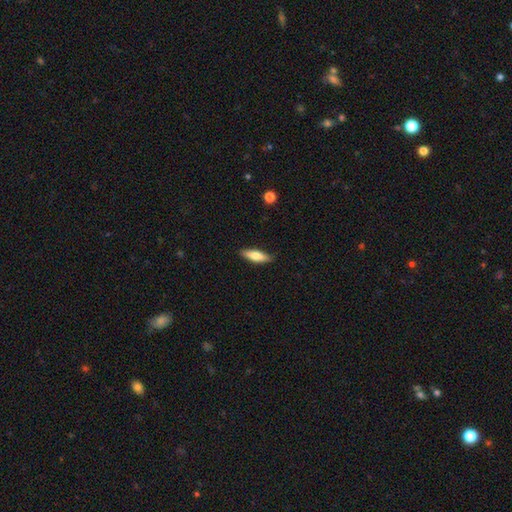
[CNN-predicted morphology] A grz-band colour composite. It shows a smooth galaxy with no disk features (72%) that is cigar-shaped (52%). Merging: none (86%).